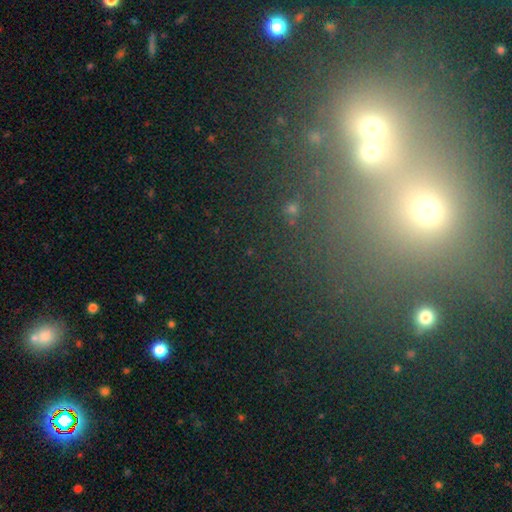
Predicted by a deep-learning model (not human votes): star or artifact 56%, smooth 32%, featured or disk 12%.